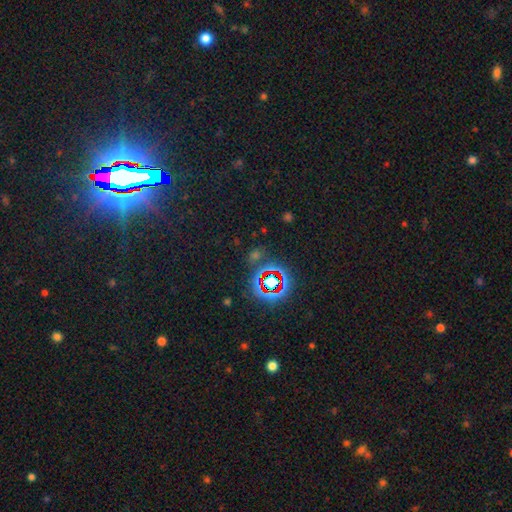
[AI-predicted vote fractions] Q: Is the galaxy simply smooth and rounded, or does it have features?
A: star or artifact — 71%.